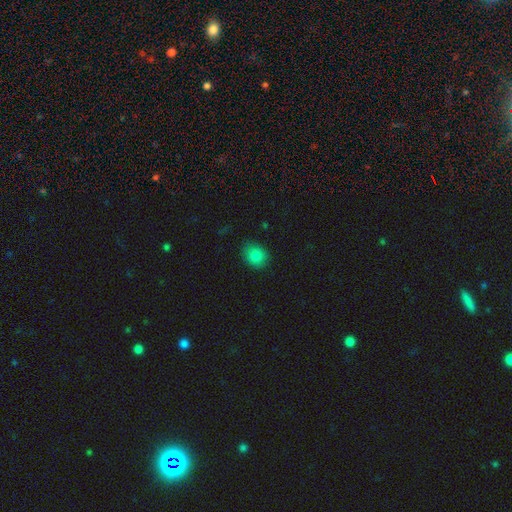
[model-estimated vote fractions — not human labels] A smooth galaxy with no disk features (83%) that is round (56%).

Vote fractions:
- Smooth or featured? smooth: 83% / star or artifact: 11% / featured or disk: 6%
- How rounded? round: 56% / in between: 44% / cigar-shaped: 1%
- Merging? none: 82% / minor disturbance: 14% / major disturbance: 3% / merger: 1%